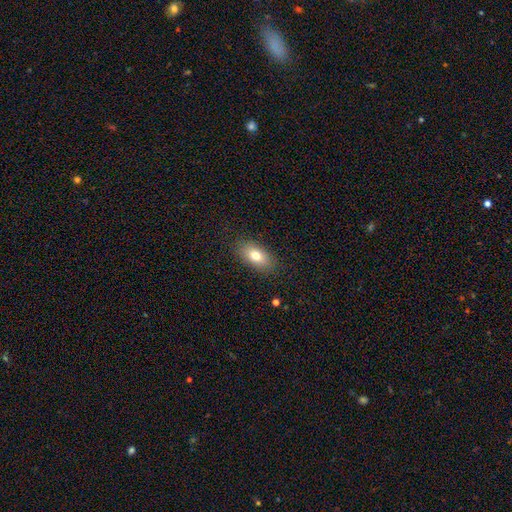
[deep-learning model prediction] smooth 77%, featured or disk 15%, star or artifact 9%. Down the decision tree: how rounded — in between (88%); merging — none (86%).